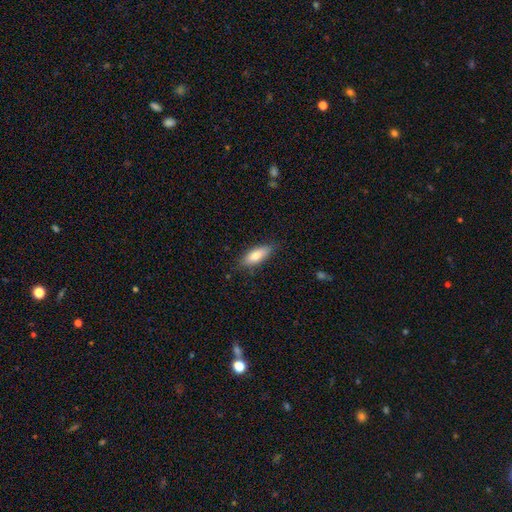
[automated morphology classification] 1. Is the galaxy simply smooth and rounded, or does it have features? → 78% smooth, 16% featured or disk, 6% star or artifact.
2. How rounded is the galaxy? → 72% in between, 26% cigar-shaped, 2% round.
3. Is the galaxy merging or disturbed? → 82% none, 14% minor disturbance, 3% major disturbance, 1% merger.